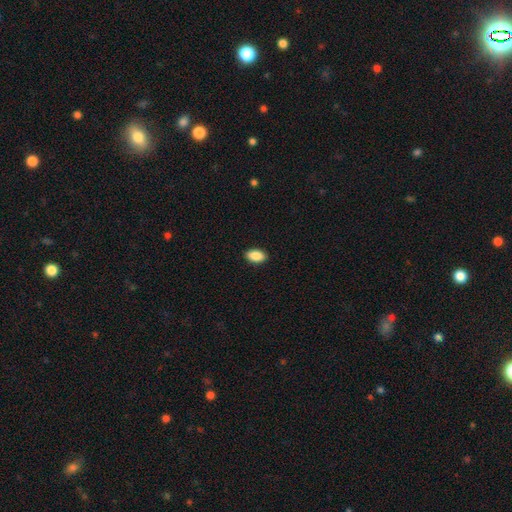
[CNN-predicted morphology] Smooth or featured? Predicted: smooth (p=0.89). How rounded? Predicted: in between (p=0.93). Merging? Predicted: none (p=0.90).